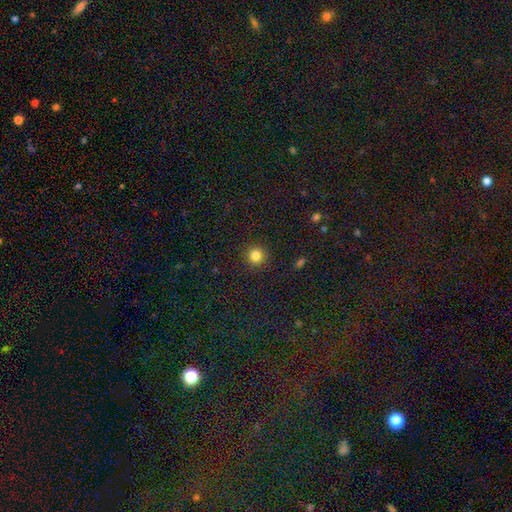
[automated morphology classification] A smooth galaxy with no disk features (84%) that is round (94%). Merging: none (91%).